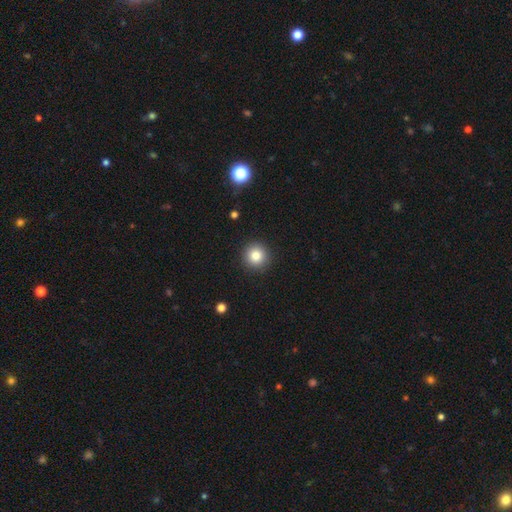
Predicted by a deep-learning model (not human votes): This appears to be a smooth galaxy with no disk features (83%) that is round (94%). Merging: none (91%).